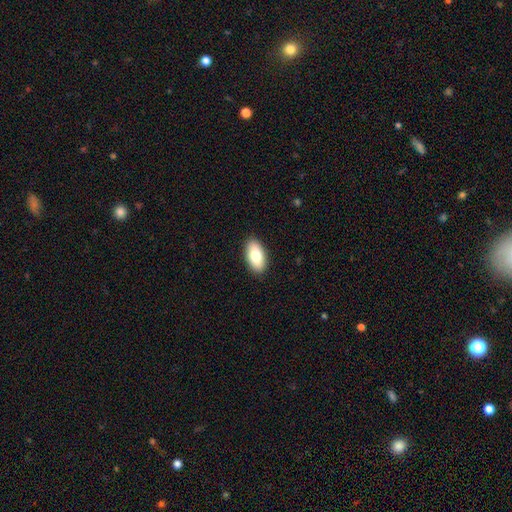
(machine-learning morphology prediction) Smooth or featured? Predicted: smooth (p=0.82). How rounded? Predicted: in between (p=0.92). Merging? Predicted: none (p=0.90).